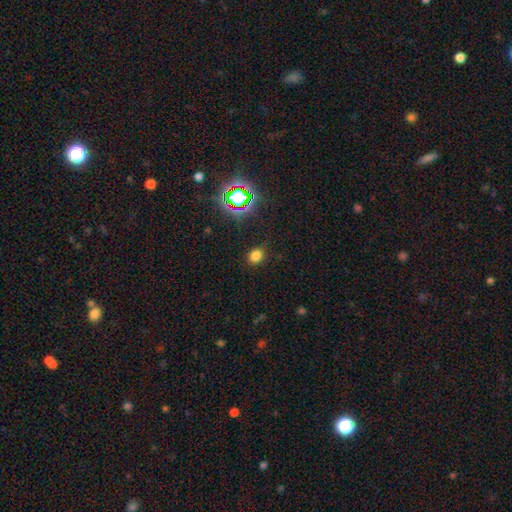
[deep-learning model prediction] The model was most divided on "how rounded": in between: 53%, round: 46%, cigar-shaped: 1%. More confident: merging — none (83%); smooth or featured — smooth (73%).